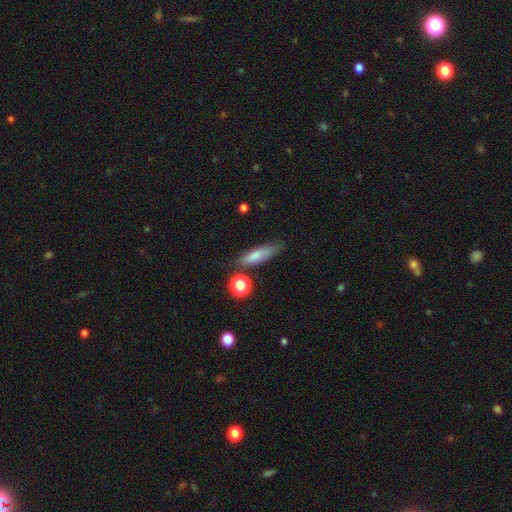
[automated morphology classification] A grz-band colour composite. It shows a smooth galaxy with no disk features (76%) that is cigar-shaped (58%). Merging: none (67%).